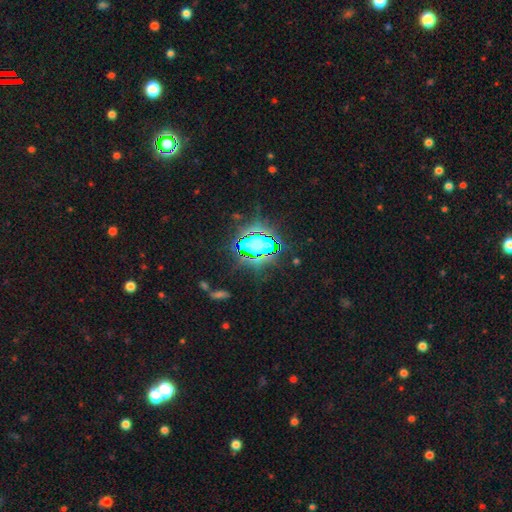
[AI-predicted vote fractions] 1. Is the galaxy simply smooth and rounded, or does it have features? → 68% star or artifact, 20% smooth, 12% featured or disk.